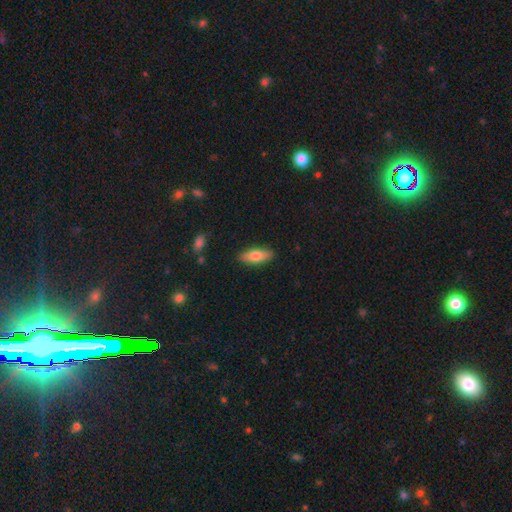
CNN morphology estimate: The model was most divided on "how rounded": in between: 65%, cigar-shaped: 33%, round: 2%. More confident: merging — none (87%); smooth or featured — smooth (73%).